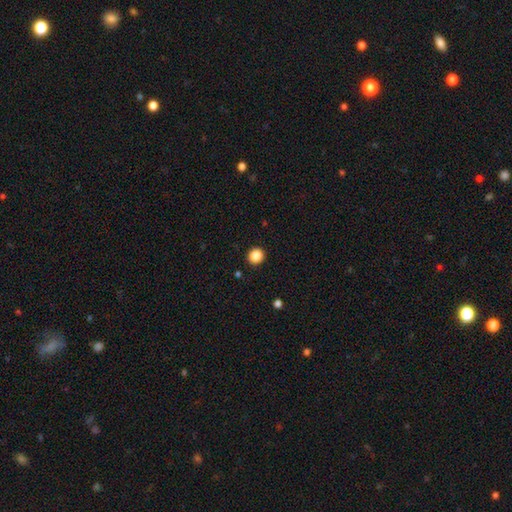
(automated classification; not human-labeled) smooth-or-featured: smooth: 87% | star or artifact: 10% | featured or disk: 3%
  how-rounded: round: 89% | in between: 10% | cigar-shaped: 1%
  merging: none: 93% | minor disturbance: 5% | major disturbance: 2% | merger: 1%